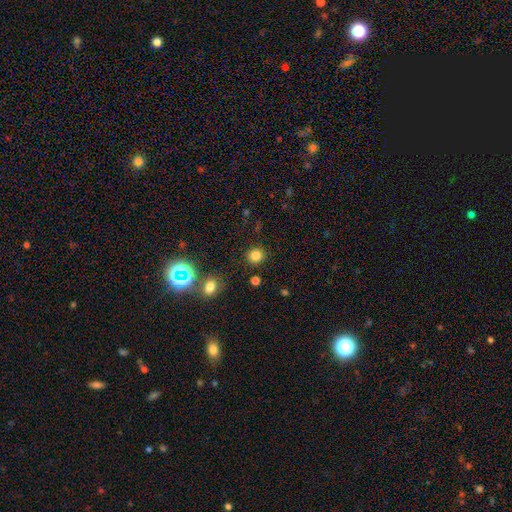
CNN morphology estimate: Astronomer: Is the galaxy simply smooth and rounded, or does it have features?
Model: smooth — 80%.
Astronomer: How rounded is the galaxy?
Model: round — 88%.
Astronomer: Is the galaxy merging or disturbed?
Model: none — 89%.